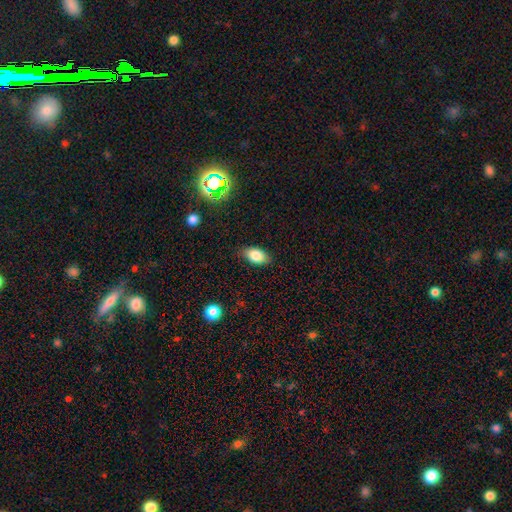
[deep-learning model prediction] A smooth galaxy with no disk features (83%) that is in between round and cigar-shaped (91%).

Vote fractions:
- Smooth or featured? smooth: 83% / star or artifact: 8% / featured or disk: 8%
- How rounded? in between: 91% / round: 5% / cigar-shaped: 3%
- Merging? none: 83% / minor disturbance: 13% / major disturbance: 3% / merger: 1%